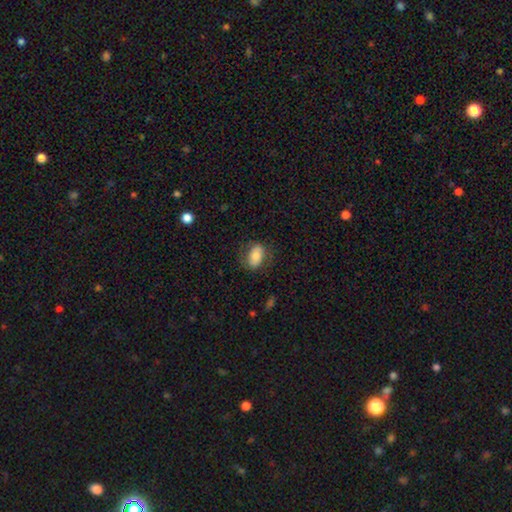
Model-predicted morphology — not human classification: Smooth or featured?
  - smooth: 74% *
  - featured or disk: 19%
  - star or artifact: 7%
How rounded?
  - in between: 89% *
  - round: 9%
  - cigar-shaped: 2%
Merging?
  - none: 72% *
  - minor disturbance: 18%
  - major disturbance: 8%
  - merger: 1%